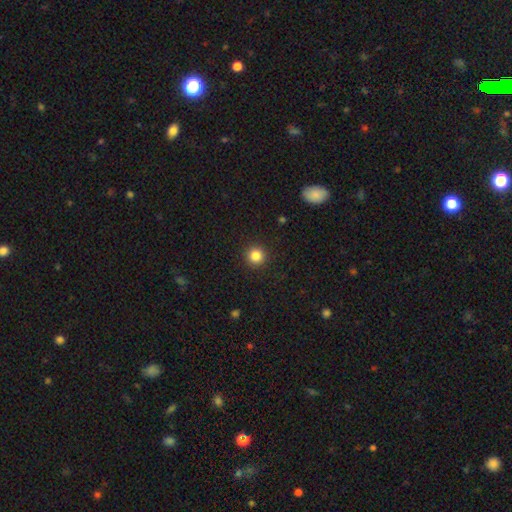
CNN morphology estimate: Q: Smooth or featured?
A: smooth (84%); runner-up: star or artifact (11%)
Q: How rounded?
A: round (95%); runner-up: in between (4%)
Q: Merging?
A: none (92%); runner-up: minor disturbance (5%)